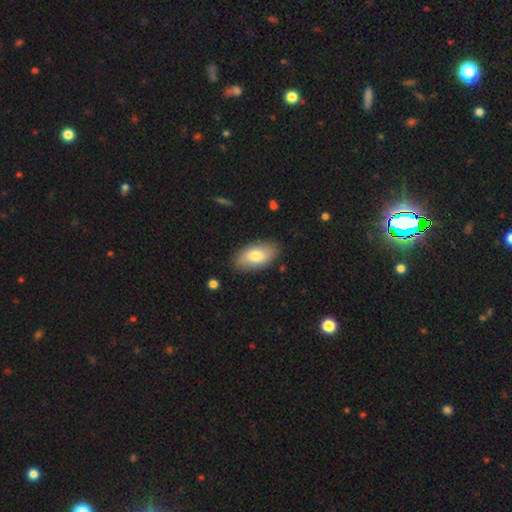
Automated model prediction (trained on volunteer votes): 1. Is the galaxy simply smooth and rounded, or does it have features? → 74% smooth, 20% featured or disk, 6% star or artifact.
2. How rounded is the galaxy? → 94% in between, 3% round, 3% cigar-shaped.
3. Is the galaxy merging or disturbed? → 86% none, 11% minor disturbance, 2% major disturbance, 1% merger.